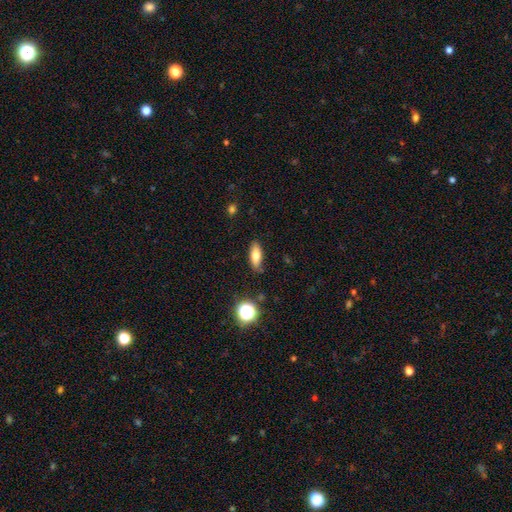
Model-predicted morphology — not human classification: A smooth galaxy with no disk features (74%) that is in between round and cigar-shaped (71%).

Vote fractions:
- Smooth or featured? smooth: 74% / featured or disk: 16% / star or artifact: 9%
- How rounded? in between: 71% / cigar-shaped: 25% / round: 4%
- Merging? none: 83% / minor disturbance: 12% / major disturbance: 3% / merger: 2%